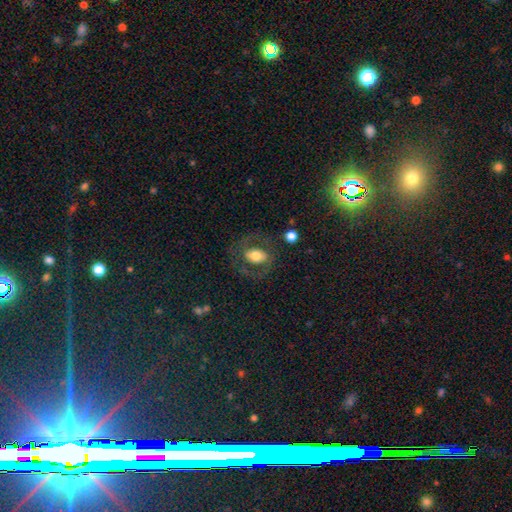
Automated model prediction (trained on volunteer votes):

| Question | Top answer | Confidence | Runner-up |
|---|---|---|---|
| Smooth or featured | smooth | 48% | featured or disk (44%) |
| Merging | none | 67% | major disturbance (15%) |